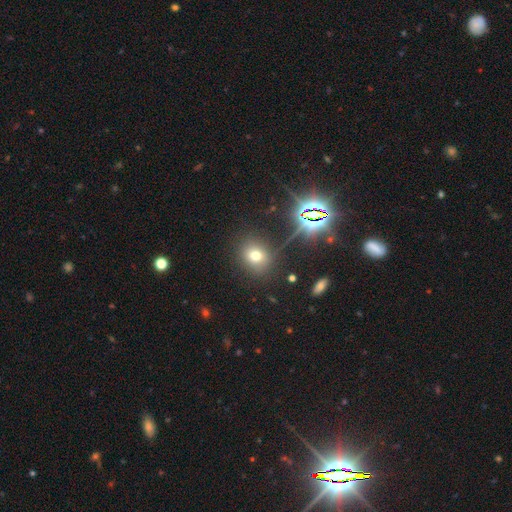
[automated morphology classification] Smooth or featured: smooth — 66% (star or artifact — 24%)
How rounded: round — 70% (in between — 29%)
Merging: none — 83% (minor disturbance — 10%)